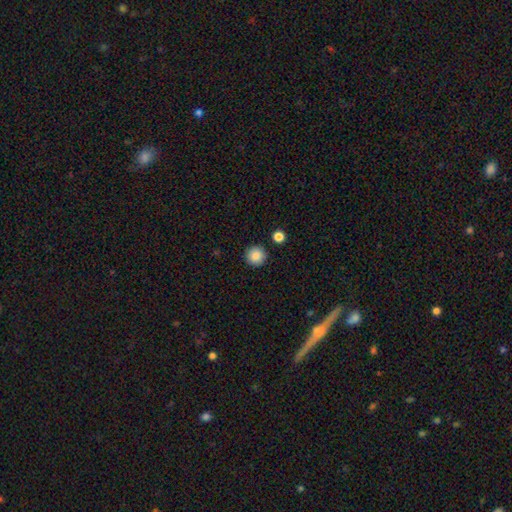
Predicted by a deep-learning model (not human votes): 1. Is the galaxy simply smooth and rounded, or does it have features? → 87% smooth, 9% star or artifact, 4% featured or disk.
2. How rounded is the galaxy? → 96% round, 3% in between, 1% cigar-shaped.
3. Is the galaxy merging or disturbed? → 92% none, 5% minor disturbance, 2% merger, 2% major disturbance.